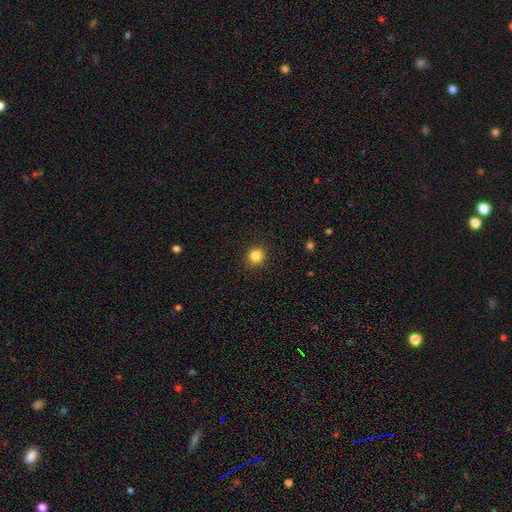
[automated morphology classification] A smooth galaxy with no disk features (84%) that is round (90%).

Vote fractions:
- Smooth or featured? smooth: 84% / star or artifact: 11% / featured or disk: 4%
- How rounded? round: 90% / in between: 9% / cigar-shaped: 1%
- Merging? none: 91% / minor disturbance: 6% / major disturbance: 2% / merger: 1%